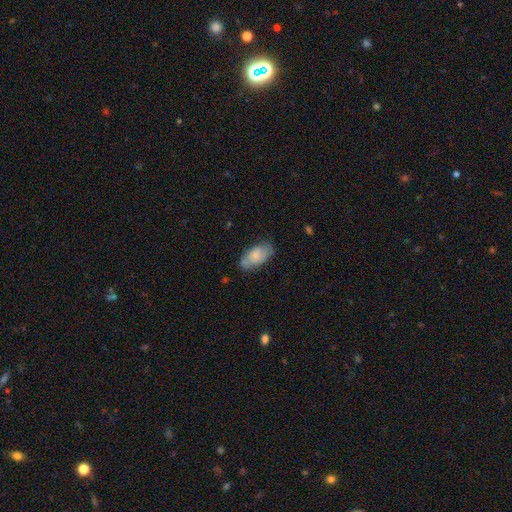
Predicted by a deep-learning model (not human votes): A smooth galaxy with no disk features (69%) that is in between round and cigar-shaped (93%).

Vote fractions:
- Smooth or featured? smooth: 69% / featured or disk: 24% / star or artifact: 7%
- How rounded? in between: 93% / cigar-shaped: 4% / round: 3%
- Merging? none: 62% / minor disturbance: 27% / major disturbance: 7% / merger: 4%